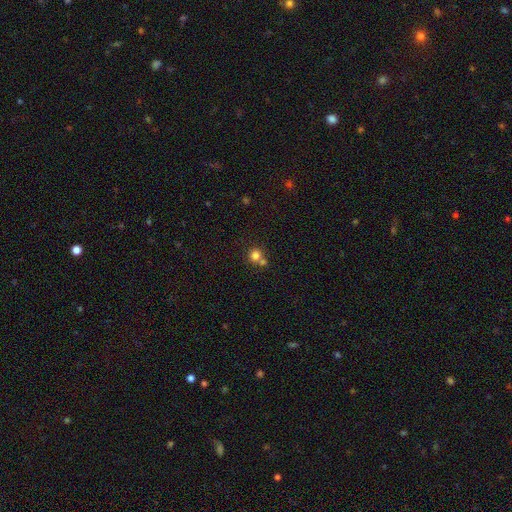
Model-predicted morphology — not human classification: A smooth galaxy with no disk features (79%) that is round (91%).

Vote fractions:
- Smooth or featured? smooth: 79% / star or artifact: 13% / featured or disk: 8%
- How rounded? round: 91% / in between: 9% / cigar-shaped: 1%
- Merging? none: 54% / merger: 35% / minor disturbance: 7% / major disturbance: 3%